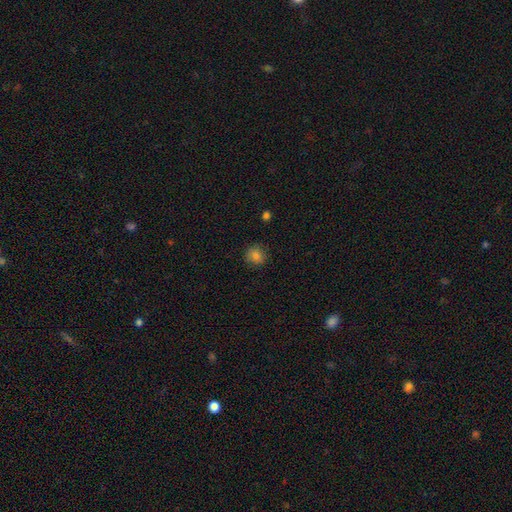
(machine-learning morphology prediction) This appears to be a smooth galaxy with no disk features (82%) that is round (86%). Merging: none (86%).